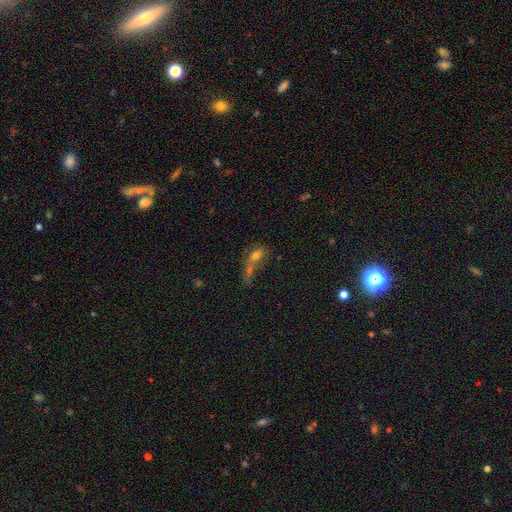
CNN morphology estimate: smooth 67%, featured or disk 19%, star or artifact 14%. Down the decision tree: how rounded — in between (67%); merging — merger (61%).